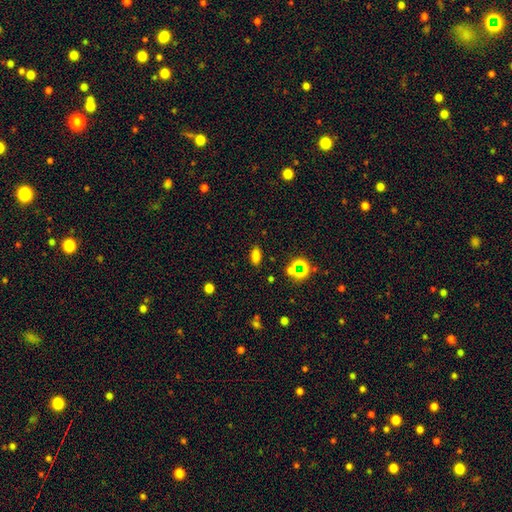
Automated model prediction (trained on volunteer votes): Smooth or featured? Predicted: smooth (p=0.76). How rounded? Predicted: in between (p=0.86). Merging? Predicted: none (p=0.87).